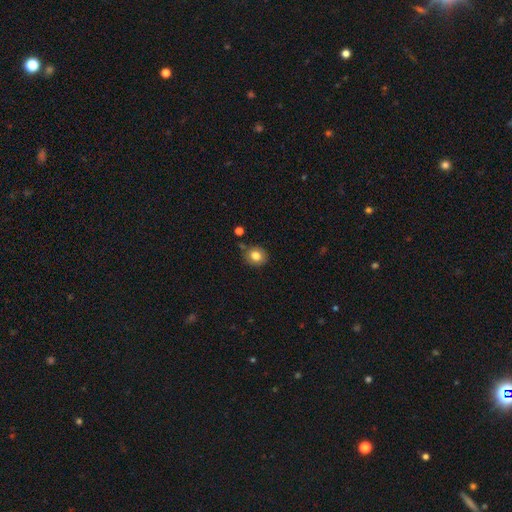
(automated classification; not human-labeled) Smooth or featured: smooth — 80% (star or artifact — 11%)
How rounded: round — 77% (in between — 22%)
Merging: none — 79% (minor disturbance — 14%)